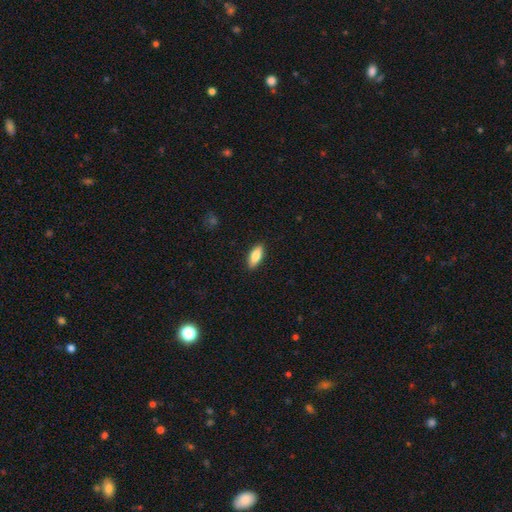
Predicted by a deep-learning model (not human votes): A smooth galaxy with no disk features (80%) that is in between round and cigar-shaped (76%). Merging: none (89%).